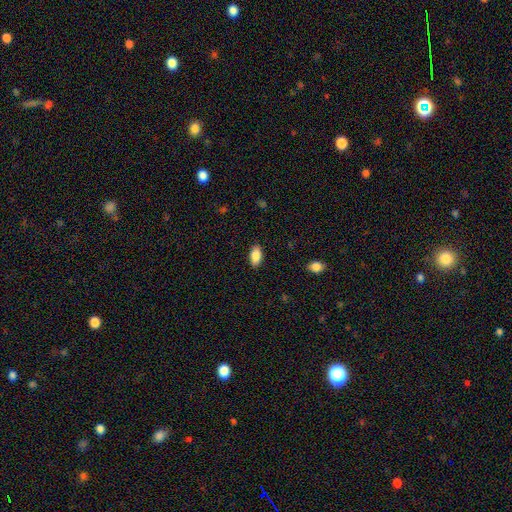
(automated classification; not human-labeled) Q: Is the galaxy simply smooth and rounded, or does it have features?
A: smooth — 87%.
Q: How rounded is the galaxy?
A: in between — 92%.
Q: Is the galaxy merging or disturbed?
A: none — 88%.